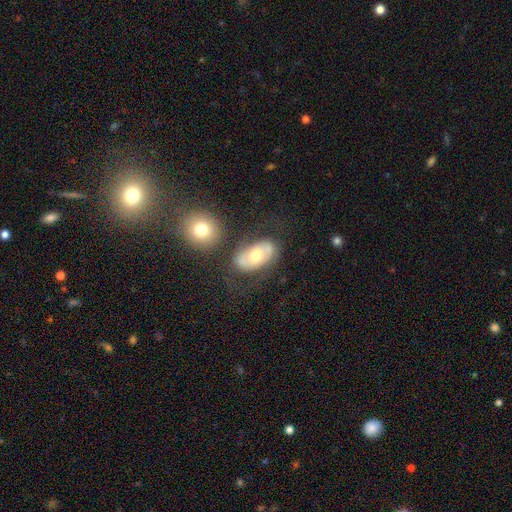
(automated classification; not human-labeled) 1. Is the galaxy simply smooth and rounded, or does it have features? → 48% featured or disk, 46% smooth, 7% star or artifact.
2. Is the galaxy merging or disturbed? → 59% none, 17% minor disturbance, 13% merger, 10% major disturbance.